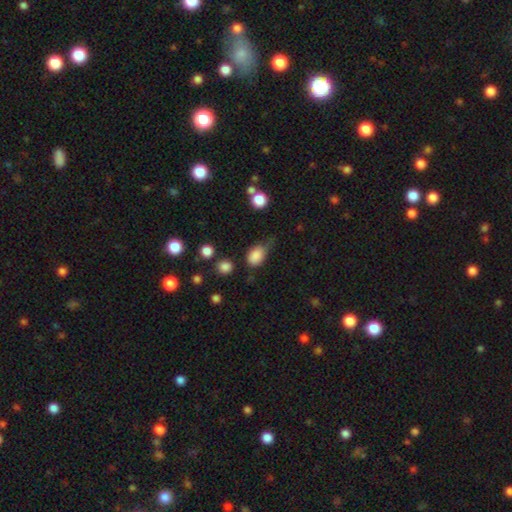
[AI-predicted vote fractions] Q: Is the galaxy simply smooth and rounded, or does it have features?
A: smooth — 84%.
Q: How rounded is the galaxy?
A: in between — 74%.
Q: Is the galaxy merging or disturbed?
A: none — 42%.